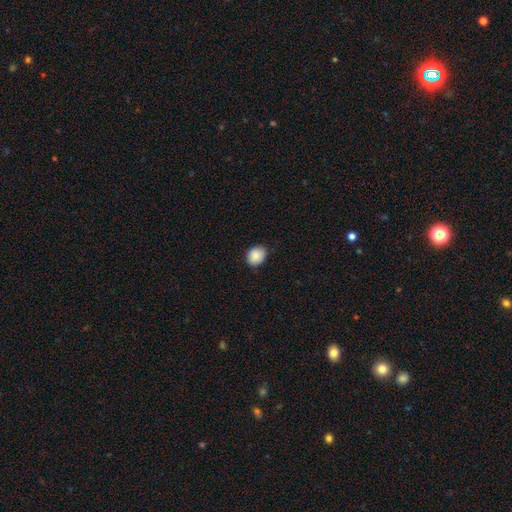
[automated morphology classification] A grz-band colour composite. It shows a smooth galaxy with no disk features (87%) that is round (55%). Merging: none (77%).